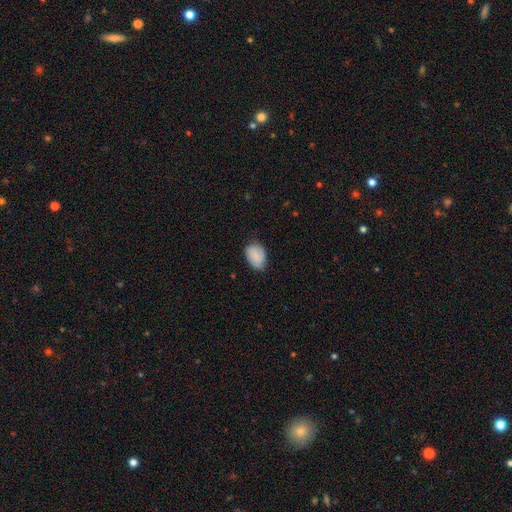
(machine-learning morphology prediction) smooth_or_featured: smooth (p=0.79) [alt: featured or disk p=0.13]
how_rounded: in between (p=0.83) [alt: round p=0.16]
merging: none (p=0.69) [alt: minor disturbance p=0.25]